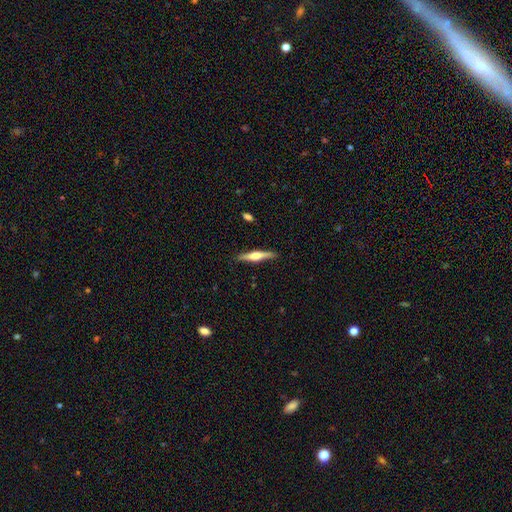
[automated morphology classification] Smooth or featured? Predicted: featured or disk (p=0.58). Edge-on disk? Predicted: yes (p=0.97). Edge-on bulge? Predicted: rounded (p=0.83). Merging? Predicted: none (p=0.88).